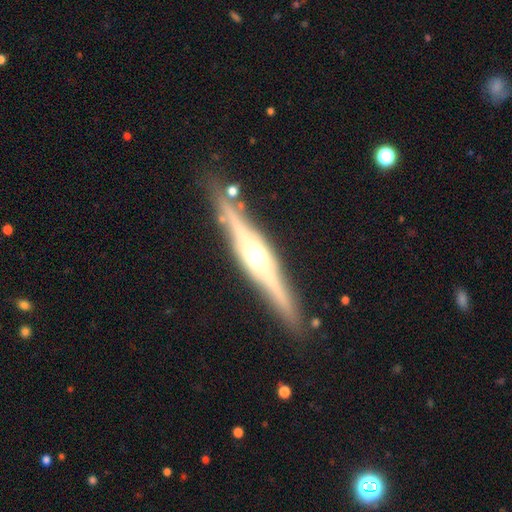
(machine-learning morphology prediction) Smooth or featured? Predicted: featured or disk (p=0.84). Edge-on disk? Predicted: yes (p=0.98). Edge-on bulge? Predicted: rounded (p=0.73). Merging? Predicted: none (p=0.87).